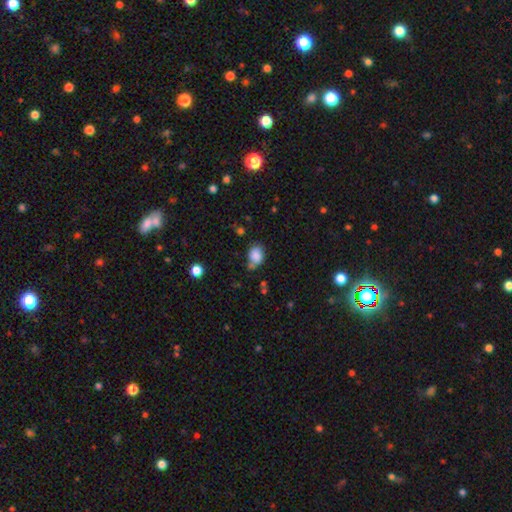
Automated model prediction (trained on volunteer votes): The model was most divided on "merging": none: 51%, minor disturbance: 30%, merger: 10%, major disturbance: 9%. More confident: smooth or featured — smooth (84%); how rounded — in between (61%).